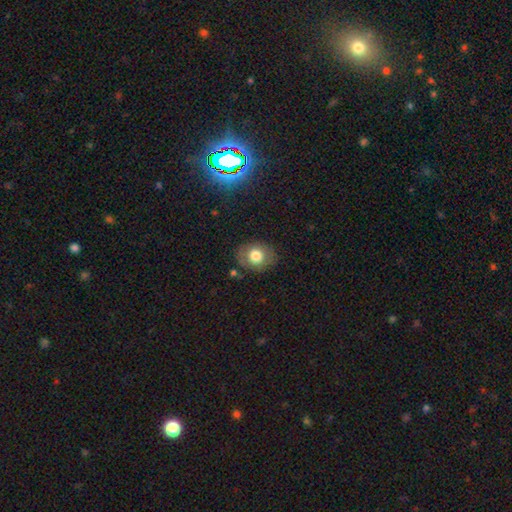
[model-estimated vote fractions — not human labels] smooth-or-featured: smooth: 75% | featured or disk: 16% | star or artifact: 9%
  how-rounded: round: 58% | in between: 41% | cigar-shaped: 1%
  merging: none: 80% | minor disturbance: 14% | major disturbance: 4% | merger: 2%